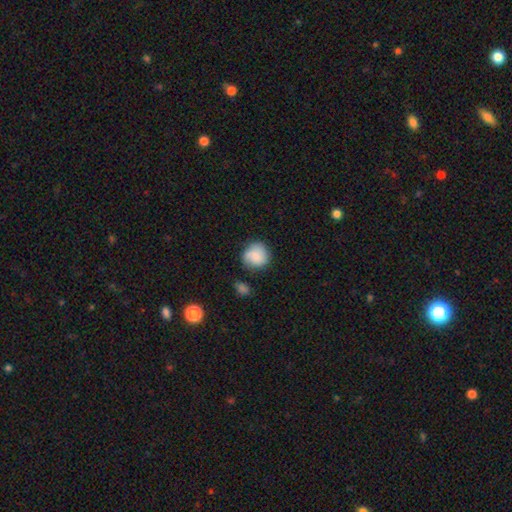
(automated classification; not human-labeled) smooth 78%, featured or disk 14%, star or artifact 8%. Down the decision tree: how rounded — round (86%); merging — none (65%).